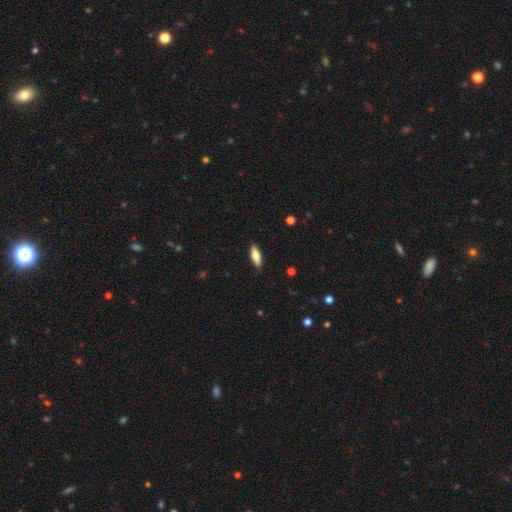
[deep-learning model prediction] This appears to be a smooth galaxy with no disk features (75%) that is in between round and cigar-shaped (57%). Merging: none (88%).